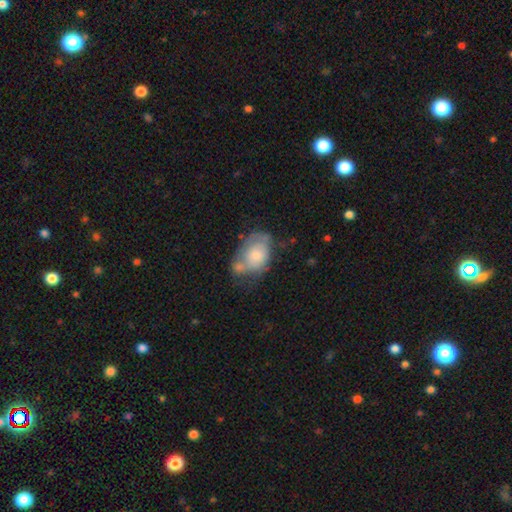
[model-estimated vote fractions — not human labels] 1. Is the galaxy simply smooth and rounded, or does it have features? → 55% smooth, 38% featured or disk, 6% star or artifact.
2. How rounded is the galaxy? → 83% in between, 16% round, 1% cigar-shaped.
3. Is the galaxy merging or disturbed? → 28% none (tied), 28% minor disturbance (tied), 27% merger, 18% major disturbance.